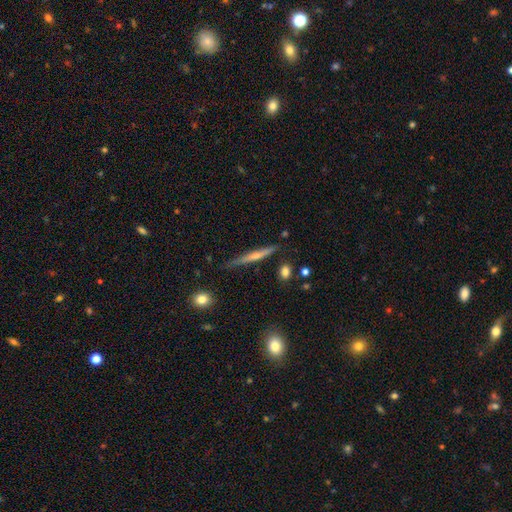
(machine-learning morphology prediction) Q: Smooth or featured?
A: featured or disk (55%); runner-up: smooth (38%)
Q: Edge-on disk?
A: yes (96%); runner-up: no (4%)
Q: Edge-on bulge?
A: rounded (56%); runner-up: none (36%)
Q: Merging?
A: none (78%); runner-up: minor disturbance (16%)